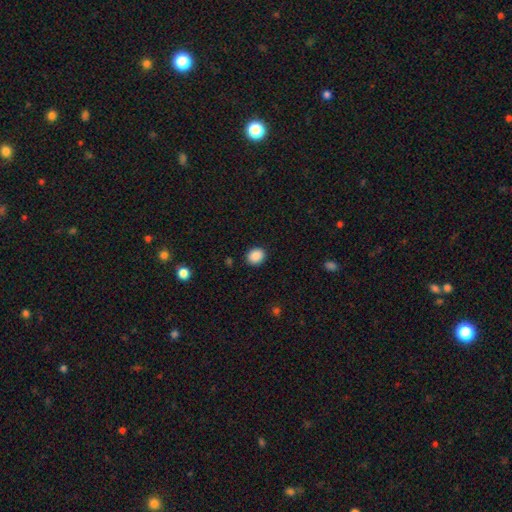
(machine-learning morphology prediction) smooth 89%, star or artifact 9%, featured or disk 2%. Down the decision tree: how rounded — round (64%); merging — none (90%).